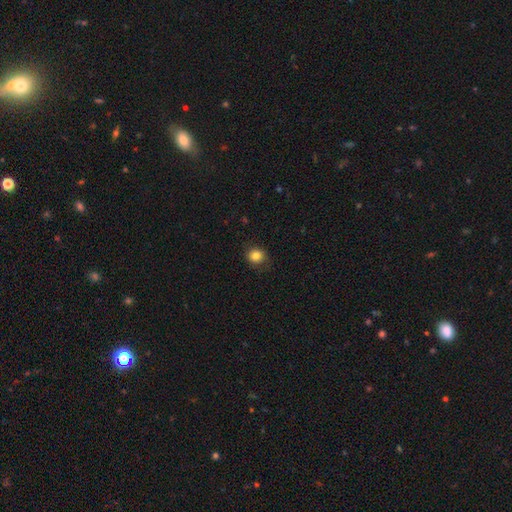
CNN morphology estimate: Smooth or featured? smooth (84%)
How rounded? round (81%)
Merging? none (81%)